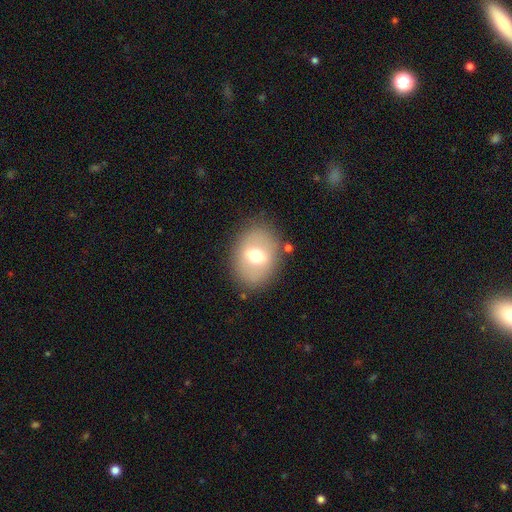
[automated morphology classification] type=smooth (53%); roundness=in between (60%); merging=none (81%).